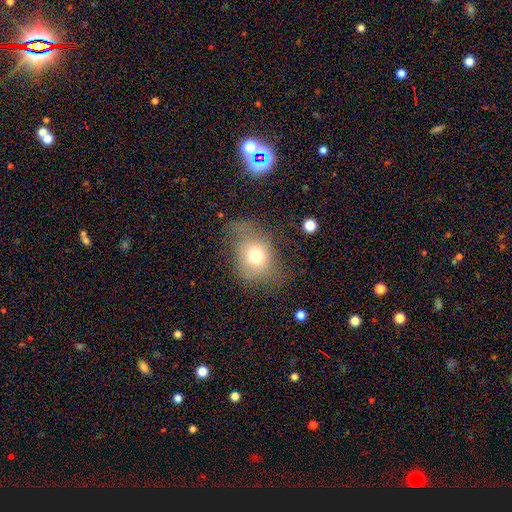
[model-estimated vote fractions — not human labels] A smooth galaxy with no disk features (66%) that is round (56%).

Vote fractions:
- Smooth or featured? smooth: 66% / featured or disk: 21% / star or artifact: 13%
- How rounded? round: 56% / in between: 42% / cigar-shaped: 1%
- Merging? none: 41% / major disturbance: 28% / minor disturbance: 28% / merger: 3%